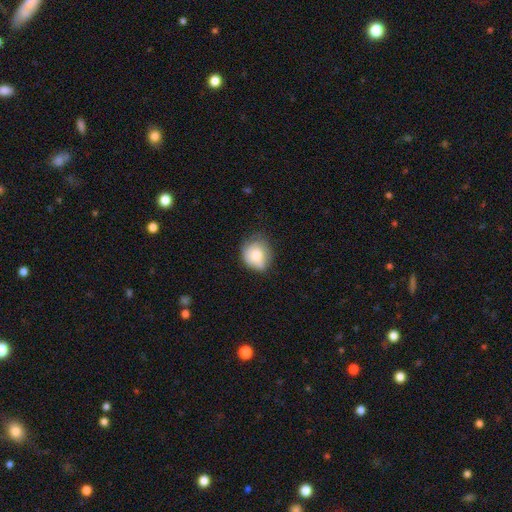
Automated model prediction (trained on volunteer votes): A smooth galaxy with no disk features (73%) that is round (74%).

Vote fractions:
- Smooth or featured? smooth: 73% / featured or disk: 19% / star or artifact: 8%
- How rounded? round: 74% / in between: 25% / cigar-shaped: 1%
- Merging? none: 54% / minor disturbance: 34% / major disturbance: 9% / merger: 3%